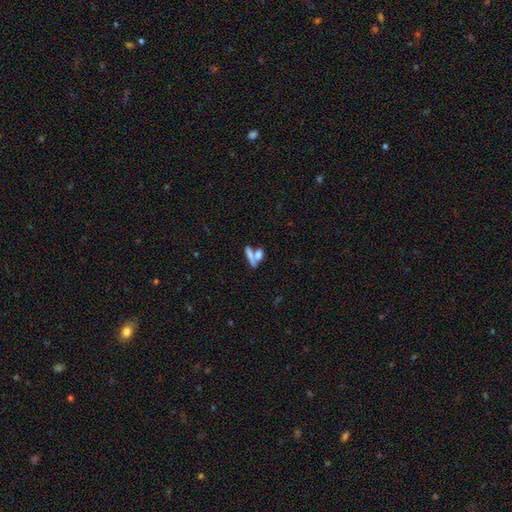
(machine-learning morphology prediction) This appears to be a smooth galaxy with no disk features (70%) that is in between round and cigar-shaped (50%). Merging: merger (49%).